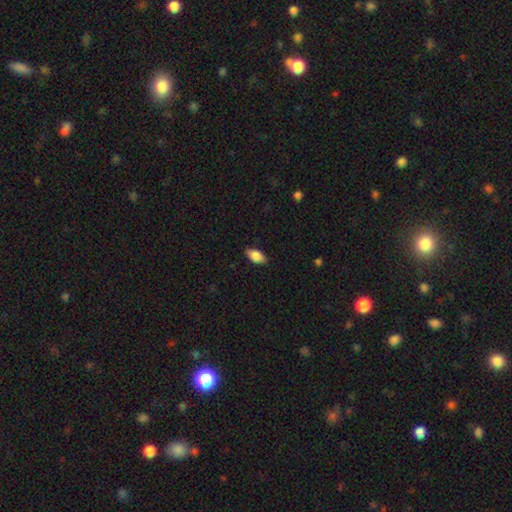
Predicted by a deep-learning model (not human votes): A smooth galaxy with no disk features (84%) that is in between round and cigar-shaped (91%). Merging: none (85%).